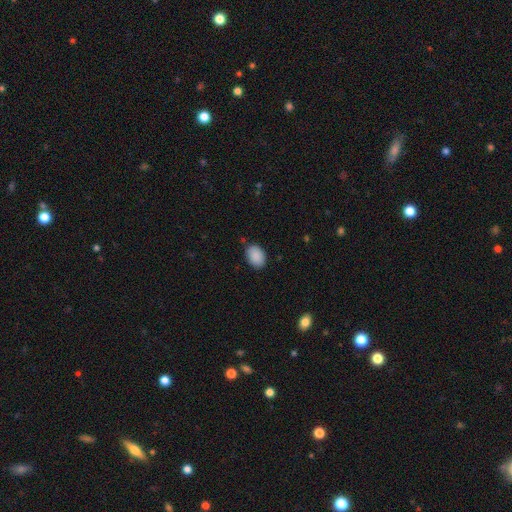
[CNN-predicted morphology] A smooth galaxy with no disk features (90%) that is in between round and cigar-shaped (81%).

Vote fractions:
- Smooth or featured? smooth: 90% / star or artifact: 7% / featured or disk: 3%
- How rounded? in between: 81% / round: 18% / cigar-shaped: 1%
- Merging? none: 83% / minor disturbance: 13% / major disturbance: 3% / merger: 1%